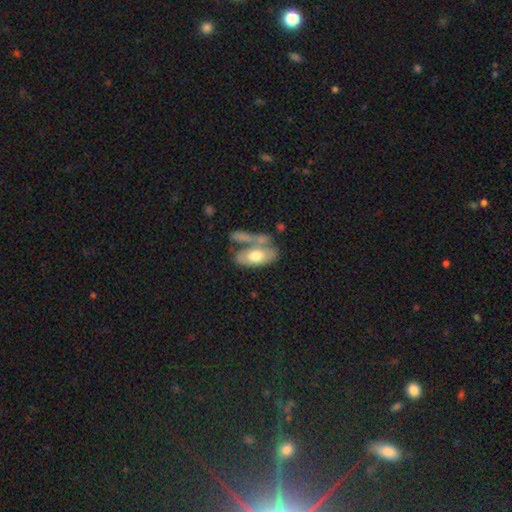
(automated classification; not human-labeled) smooth 59%, featured or disk 35%, star or artifact 6%. Down the decision tree: how rounded — in between (89%); merging — none (36%, tied with merger).